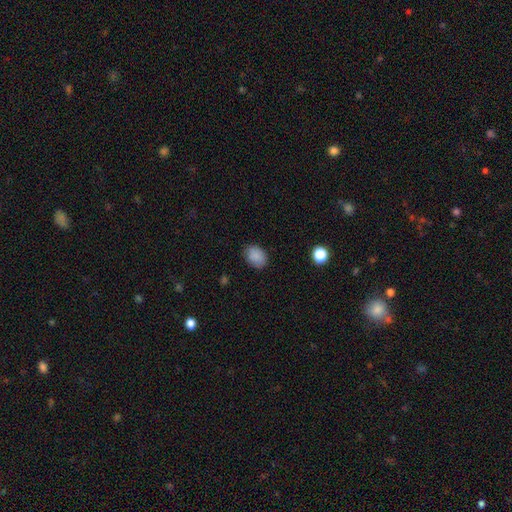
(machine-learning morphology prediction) smooth_or_featured: smooth (p=0.87) [alt: star or artifact p=0.09]
how_rounded: in between (p=0.71) [alt: round p=0.28]
merging: none (p=0.82) [alt: minor disturbance p=0.14]